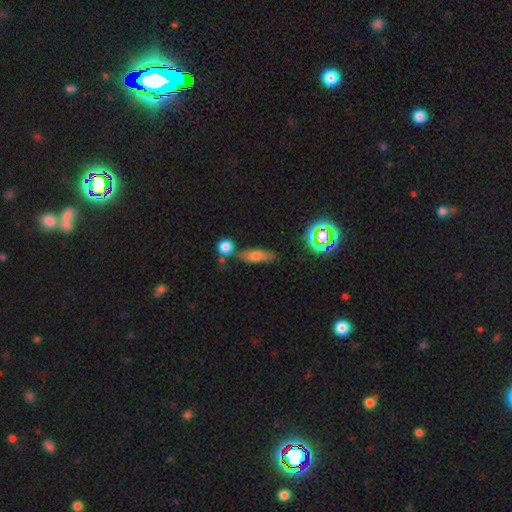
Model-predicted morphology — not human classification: Smooth or featured? smooth (65%)
How rounded? in between (56%)
Merging? none (61%)